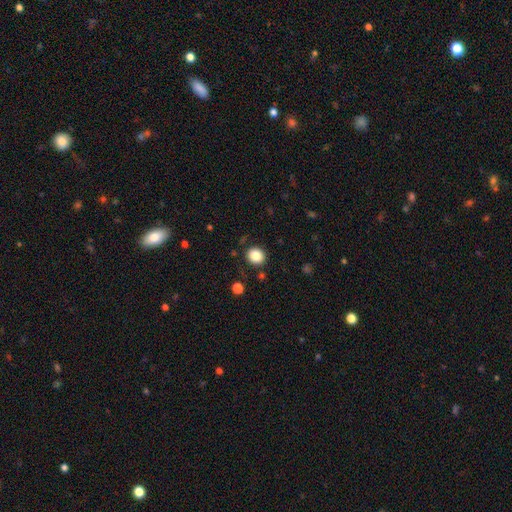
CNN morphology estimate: Q: Smooth or featured?
A: smooth (85%); runner-up: star or artifact (10%)
Q: How rounded?
A: round (79%); runner-up: in between (21%)
Q: Merging?
A: none (88%); runner-up: minor disturbance (8%)